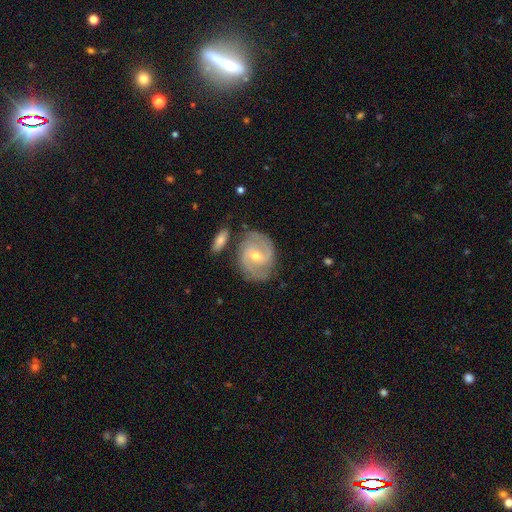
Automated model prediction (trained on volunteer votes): This appears to be a featured or disk galaxy (85%) with a weak bar (50%), 2 (75%) tight (46%) spiral arms (95%) and a moderate central bulge (60%). Merging: none (72%).